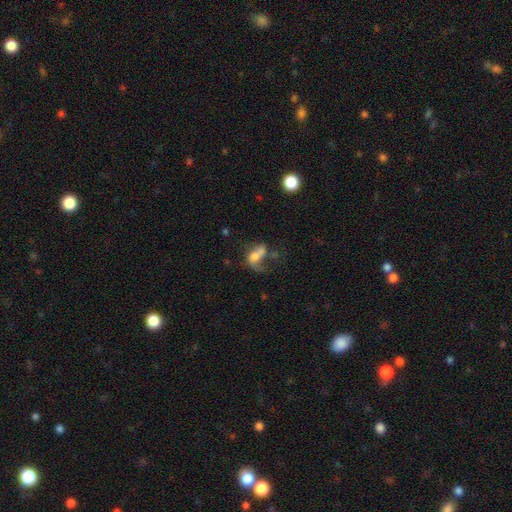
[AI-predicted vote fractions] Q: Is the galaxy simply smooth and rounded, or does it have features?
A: smooth — 44%.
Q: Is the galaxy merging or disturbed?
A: merger — 33%, tied with major disturbance.